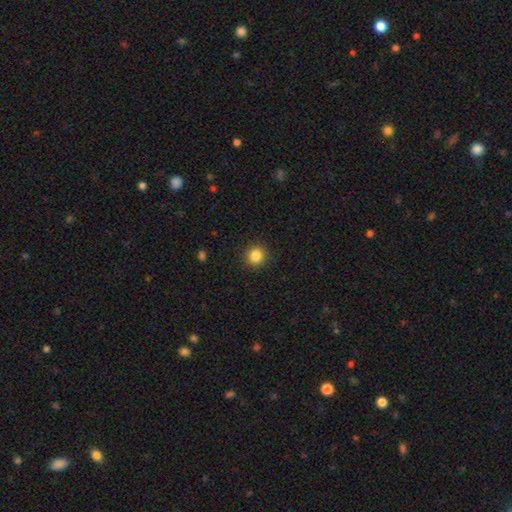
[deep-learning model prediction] Q: Smooth or featured?
A: smooth (85%); runner-up: star or artifact (11%)
Q: How rounded?
A: round (89%); runner-up: in between (10%)
Q: Merging?
A: none (91%); runner-up: minor disturbance (6%)